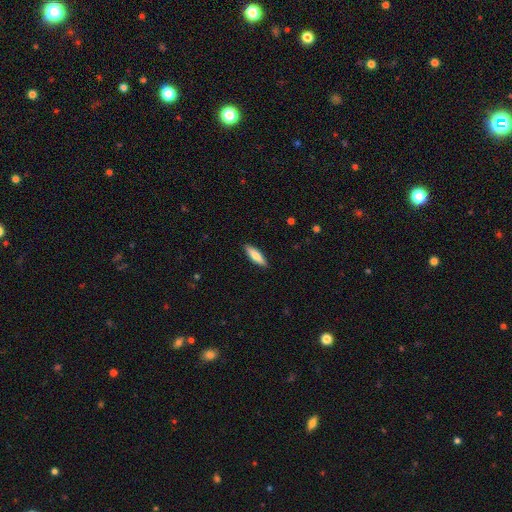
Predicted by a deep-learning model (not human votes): A smooth galaxy with no disk features (78%) that is cigar-shaped (58%).

Vote fractions:
- Smooth or featured? smooth: 78% / featured or disk: 17% / star or artifact: 5%
- How rounded? cigar-shaped: 58% / in between: 41% / round: 2%
- Merging? none: 90% / minor disturbance: 8% / major disturbance: 2% / merger: 1%